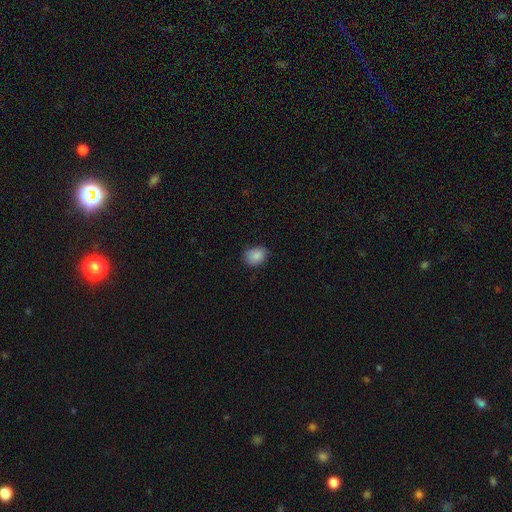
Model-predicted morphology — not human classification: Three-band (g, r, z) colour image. It shows a smooth galaxy with no disk features (87%) that is in between round and cigar-shaped (62%). Merging: none (76%).